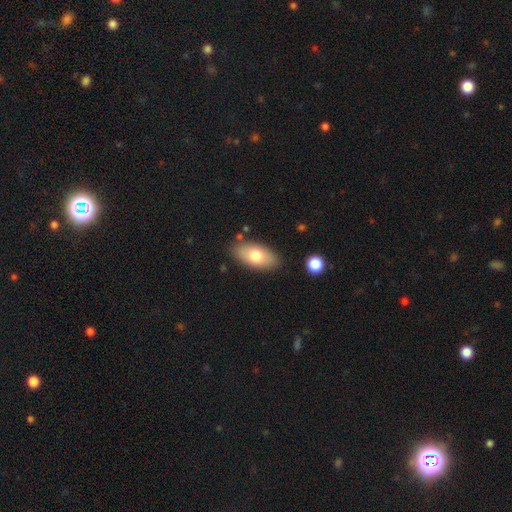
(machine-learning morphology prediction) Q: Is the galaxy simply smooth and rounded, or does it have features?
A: smooth — 73%.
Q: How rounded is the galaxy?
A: in between — 91%.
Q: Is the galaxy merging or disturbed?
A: none — 83%.